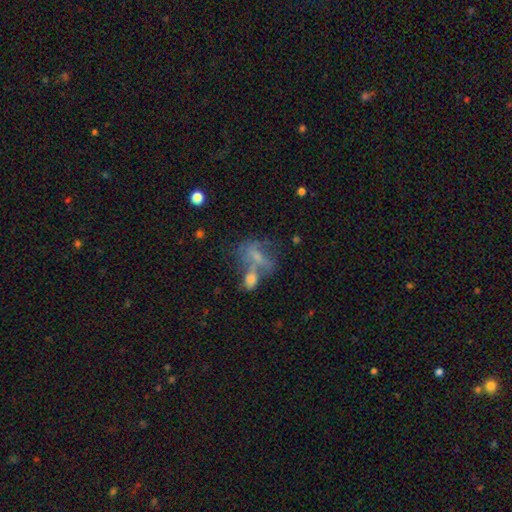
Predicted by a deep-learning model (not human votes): The model was most divided on "smooth or featured": smooth: 46%, featured or disk: 38%, star or artifact: 16%. Remaining: merging — merger (44%).